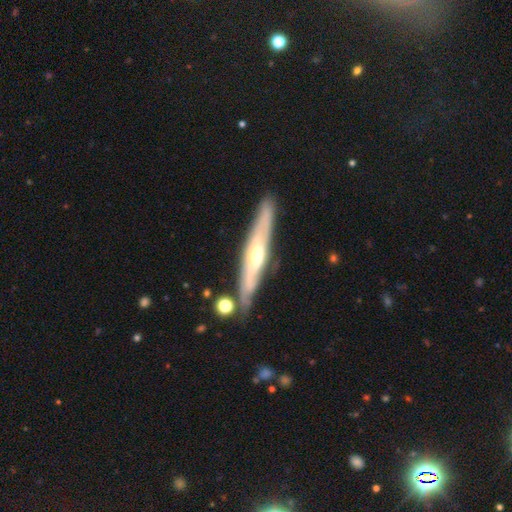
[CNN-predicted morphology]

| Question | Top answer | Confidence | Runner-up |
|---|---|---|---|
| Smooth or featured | featured or disk | 72% | smooth (22%) |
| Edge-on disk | yes | 82% | no (18%) |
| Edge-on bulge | rounded | 77% | none (17%) |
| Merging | none | 81% | minor disturbance (13%) |